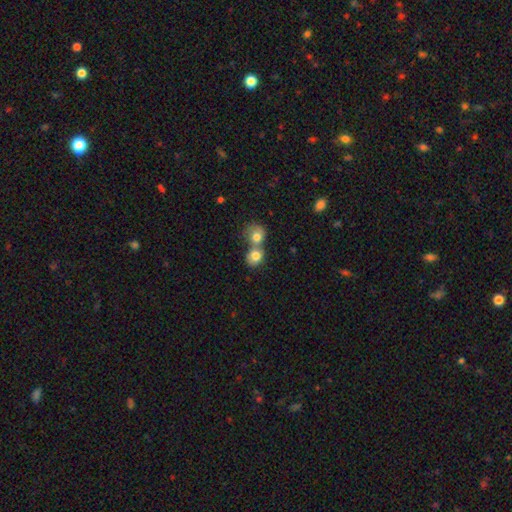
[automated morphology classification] This is likely a smooth galaxy (79%). How rounded: likely round (72%). Merging: likely merger (63%).